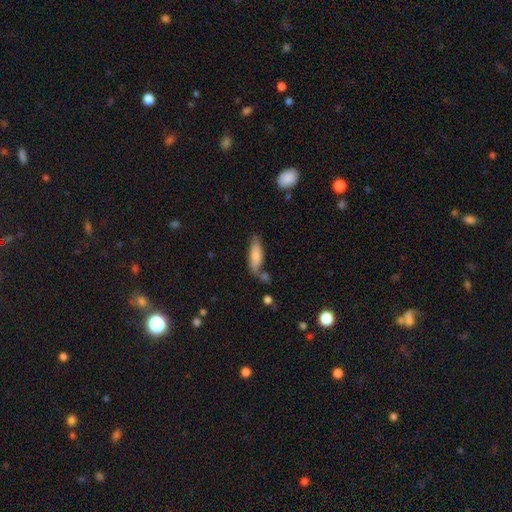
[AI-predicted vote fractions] Q: Smooth or featured?
A: smooth (79%); runner-up: featured or disk (15%)
Q: How rounded?
A: in between (58%); runner-up: cigar-shaped (40%)
Q: Merging?
A: none (59%); runner-up: minor disturbance (22%)